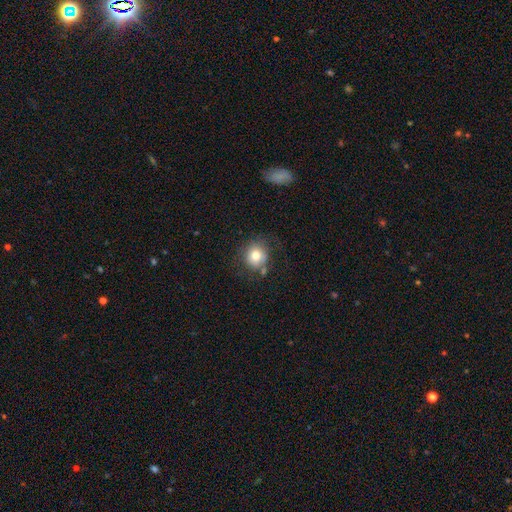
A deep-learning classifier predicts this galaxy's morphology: smooth-or-featured: smooth: 78% | featured or disk: 12% | star or artifact: 10%
  how-rounded: round: 86% | in between: 13% | cigar-shaped: 1%
  merging: none: 69% | minor disturbance: 17% | major disturbance: 7% | merger: 7%